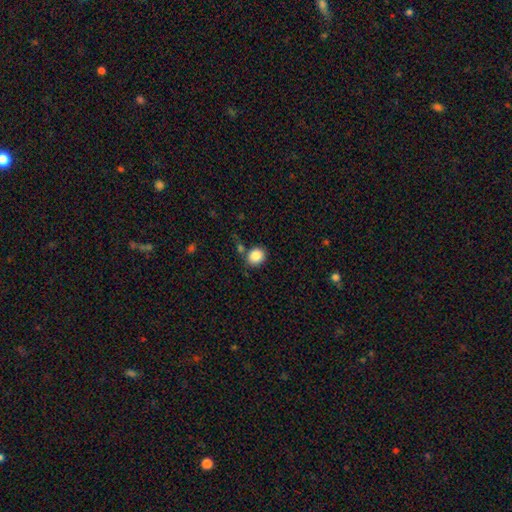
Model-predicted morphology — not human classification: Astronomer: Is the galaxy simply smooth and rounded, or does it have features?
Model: smooth — 87%.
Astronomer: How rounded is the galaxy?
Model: round — 72%.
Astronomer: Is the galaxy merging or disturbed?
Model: none — 75%.